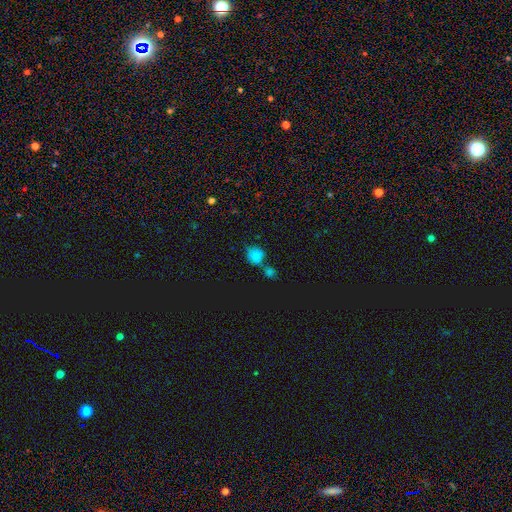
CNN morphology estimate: Smooth or featured: smooth — 77% (star or artifact — 16%)
How rounded: round — 82% (in between — 17%)
Merging: none — 47% (merger — 35%)